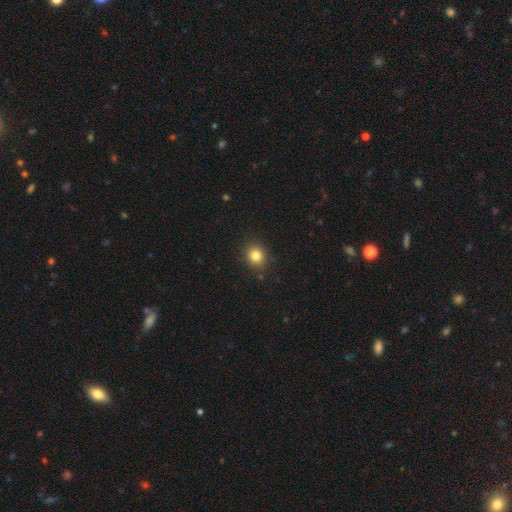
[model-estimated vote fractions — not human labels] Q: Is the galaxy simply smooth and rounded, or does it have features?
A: smooth — 83%.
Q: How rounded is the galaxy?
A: round — 79%.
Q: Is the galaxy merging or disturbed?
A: none — 88%.